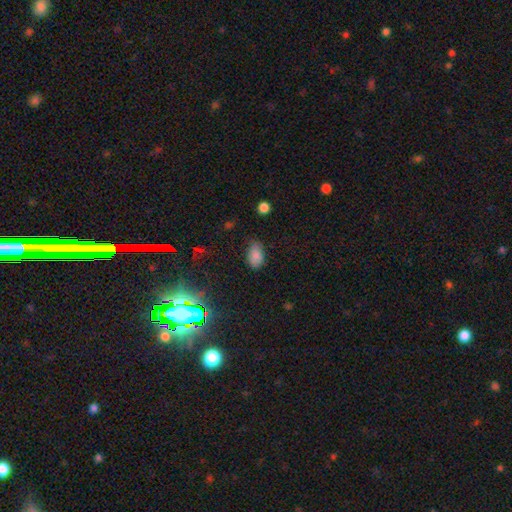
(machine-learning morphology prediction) A smooth galaxy with no disk features (80%) that is in between round and cigar-shaped (90%). Merging: none (73%).